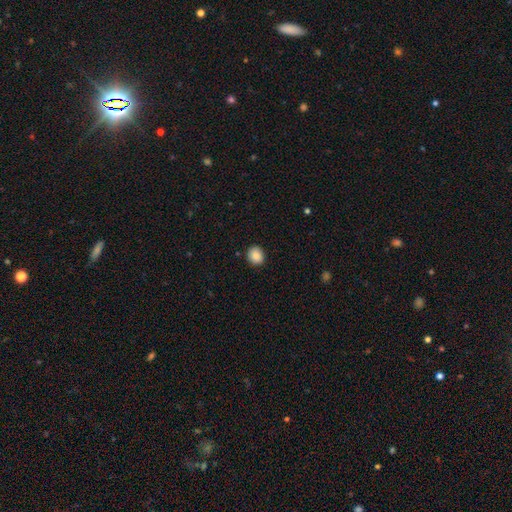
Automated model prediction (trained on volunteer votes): Smooth or featured?
  - smooth: 88% *
  - star or artifact: 8%
  - featured or disk: 3%
How rounded?
  - round: 72% *
  - in between: 27%
  - cigar-shaped: 1%
Merging?
  - none: 89% *
  - minor disturbance: 8%
  - major disturbance: 2%
  - merger: 1%